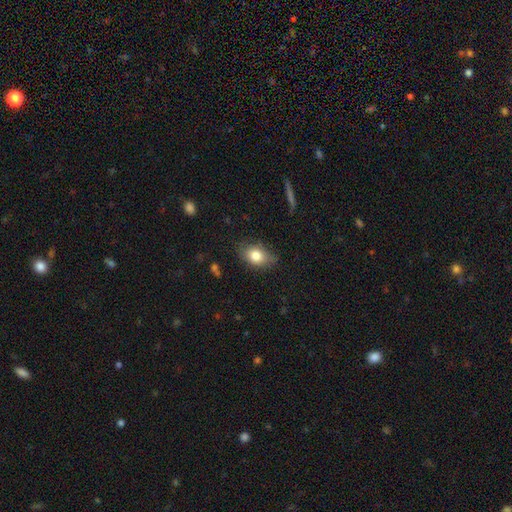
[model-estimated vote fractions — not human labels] This appears to be a smooth galaxy with no disk features (80%) that is in between round and cigar-shaped (81%). Merging: none (74%).